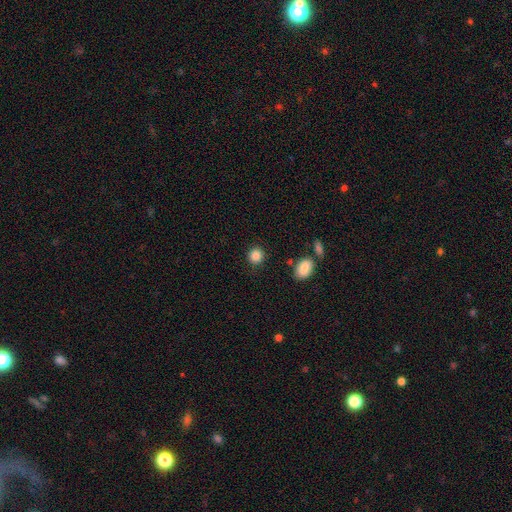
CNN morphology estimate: Smooth or featured? smooth (87%)
How rounded? round (88%)
Merging? none (87%)